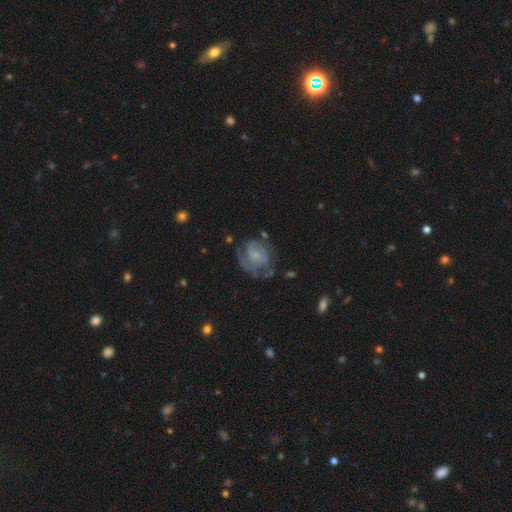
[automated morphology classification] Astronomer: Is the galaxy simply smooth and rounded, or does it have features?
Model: featured or disk — 65%.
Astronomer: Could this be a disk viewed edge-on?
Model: no — 98%.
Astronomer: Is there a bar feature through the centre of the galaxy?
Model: no — 76%.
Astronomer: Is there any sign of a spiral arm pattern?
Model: yes — 76%.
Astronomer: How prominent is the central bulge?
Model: small — 57%.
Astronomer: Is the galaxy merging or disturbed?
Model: none — 49% (runner-up: major disturbance, 24%).